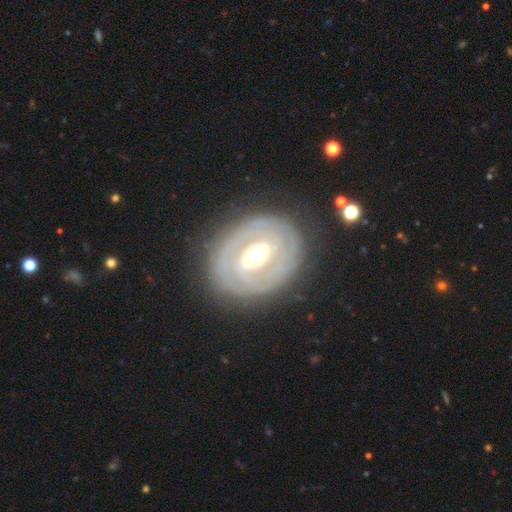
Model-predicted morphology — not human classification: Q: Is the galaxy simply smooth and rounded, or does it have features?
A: featured or disk — 80%.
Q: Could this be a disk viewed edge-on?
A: no — 96%.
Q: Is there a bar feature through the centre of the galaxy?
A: weak — 39%, tied with strong.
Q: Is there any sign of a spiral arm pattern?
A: yes — 71%.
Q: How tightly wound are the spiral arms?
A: tight — 75%.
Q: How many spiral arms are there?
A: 2 — 51%.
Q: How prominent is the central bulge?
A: moderate — 70%.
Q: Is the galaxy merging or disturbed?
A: none — 81%.